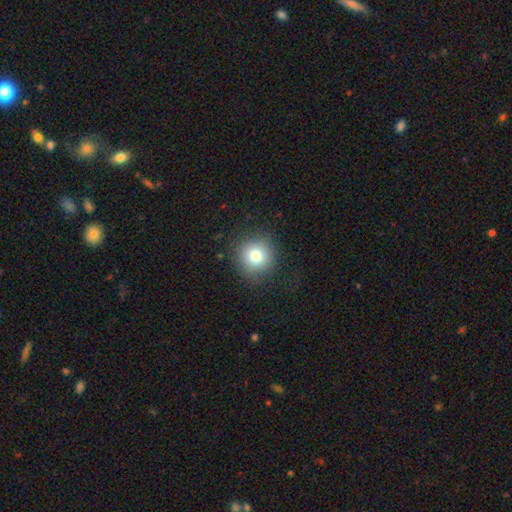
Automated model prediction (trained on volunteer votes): A smooth galaxy with no disk features (77%) that is round (94%).

Vote fractions:
- Smooth or featured? smooth: 77% / star or artifact: 13% / featured or disk: 10%
- How rounded? round: 94% / in between: 5% / cigar-shaped: 1%
- Merging? none: 88% / minor disturbance: 8% / major disturbance: 3% / merger: 1%